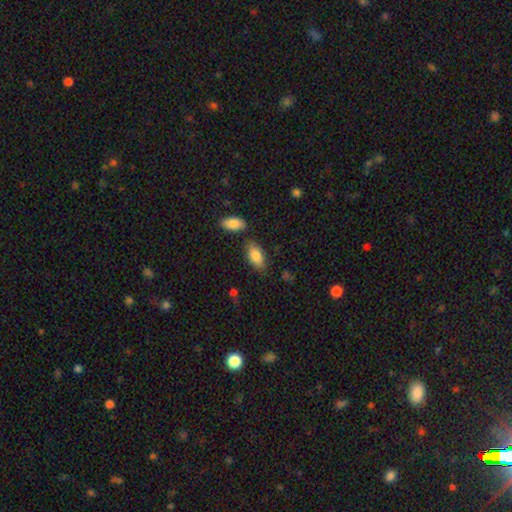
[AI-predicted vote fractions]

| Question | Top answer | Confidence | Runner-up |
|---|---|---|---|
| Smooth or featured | smooth | 85% | featured or disk (9%) |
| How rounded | in between | 92% | cigar-shaped (5%) |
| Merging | none | 75% | minor disturbance (15%) |